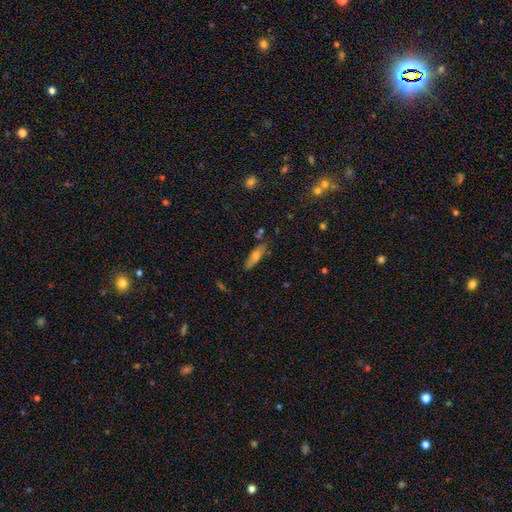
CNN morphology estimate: This is possibly a smooth galaxy (59%). How rounded: possibly cigar-shaped (55%). Merging: likely none (77%).